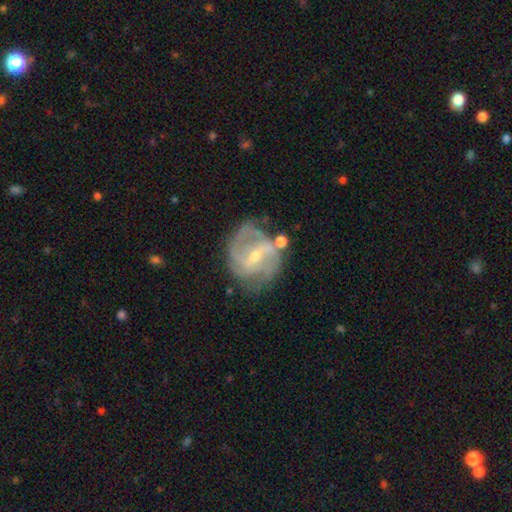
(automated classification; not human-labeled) Smooth or featured? Predicted: featured or disk (p=0.84). Edge-on disk? Predicted: no (p=0.97). Bar? Predicted: weak (p=0.48). Spiral arms? Predicted: yes (p=0.90). Spiral winding? Predicted: medium (p=0.47). Spiral arm count? Predicted: 2 (p=0.45). Bulge size? Predicted: small (p=0.62). Merging? Predicted: none (p=0.60).